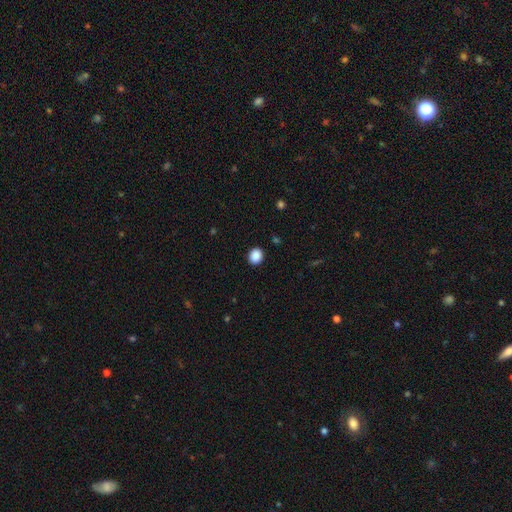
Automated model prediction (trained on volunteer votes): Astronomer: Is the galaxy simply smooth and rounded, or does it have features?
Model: smooth — 89%.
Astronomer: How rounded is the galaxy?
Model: round — 70%.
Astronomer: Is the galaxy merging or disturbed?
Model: none — 91%.